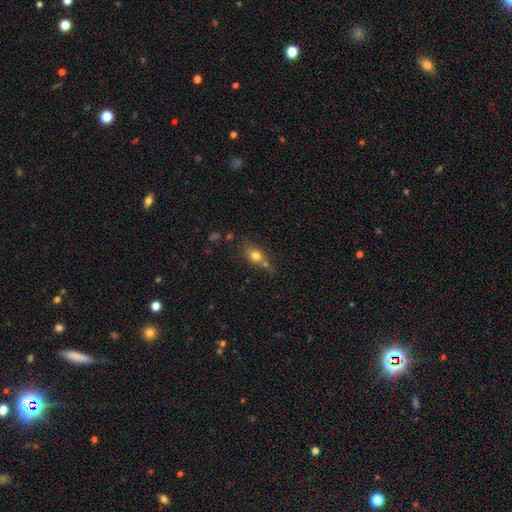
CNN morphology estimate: This is likely a smooth galaxy (75%). How rounded: possibly in between (55%). Merging: possibly none (45%).